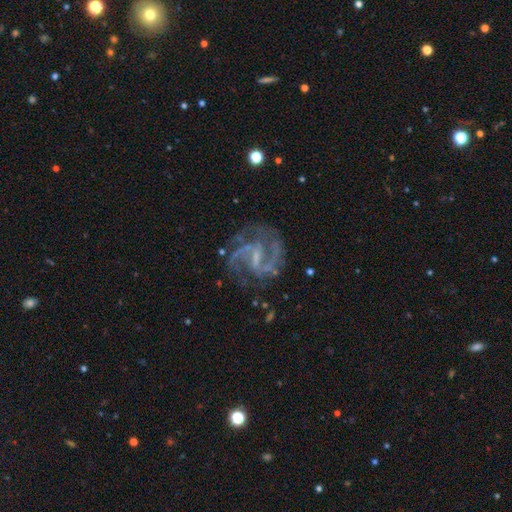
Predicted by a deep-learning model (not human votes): This is clearly a featured or disk galaxy (91%). It is clearly not viewed edge-on (98%). Bar: possibly weak (52%). Spiral arm pattern: clearly yes (98%). Spiral arm count: likely 2 (77%). Spiral winding: likely medium (61%). Central bulge: possibly small (49%). Merging: likely none (70%).